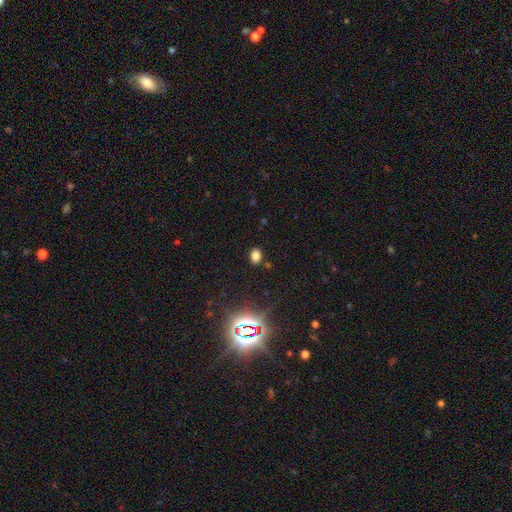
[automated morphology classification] type=smooth (73%); roundness=in between (73%); merging=none (84%).